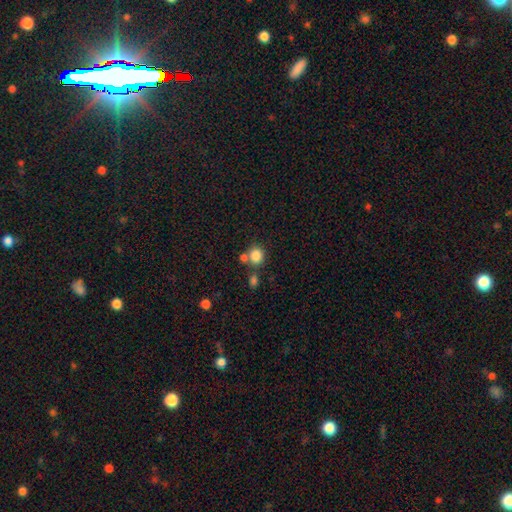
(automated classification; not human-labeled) smooth 83%, star or artifact 11%, featured or disk 6%. Down the decision tree: how rounded — round (81%); merging — none (62%).